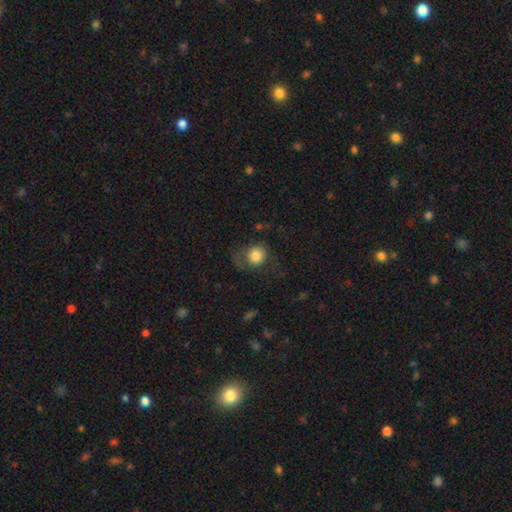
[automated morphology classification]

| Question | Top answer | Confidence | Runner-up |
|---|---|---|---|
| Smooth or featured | smooth | 77% | featured or disk (14%) |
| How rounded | round | 80% | in between (19%) |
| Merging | none | 51% | major disturbance (26%) |